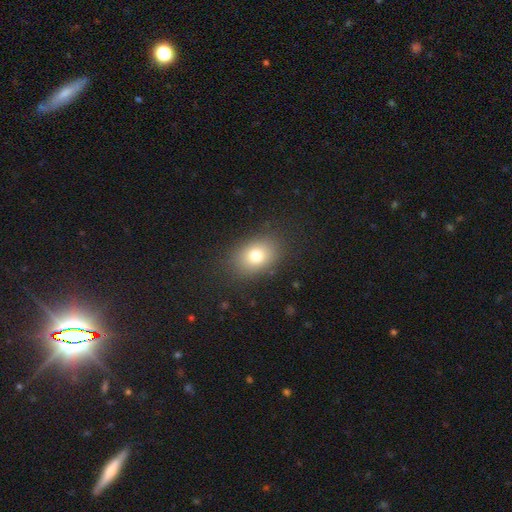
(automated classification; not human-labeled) This is likely a smooth galaxy (77%). How rounded: likely in between (68%). Merging: clearly none (85%).